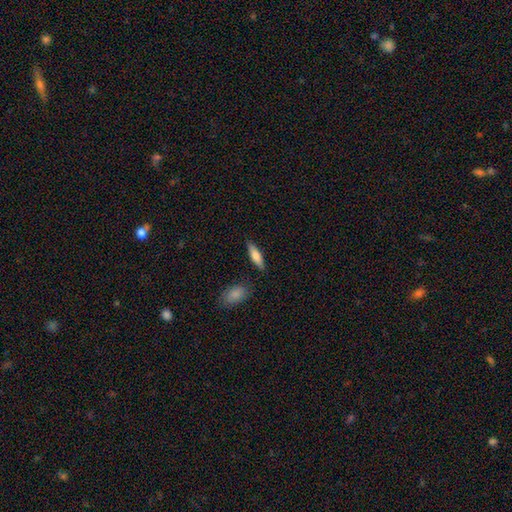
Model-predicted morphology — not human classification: smooth_or_featured: smooth (p=0.70) [alt: featured or disk p=0.24]
how_rounded: cigar-shaped (p=0.58) [alt: in between p=0.40]
merging: none (p=0.85) [alt: minor disturbance p=0.10]